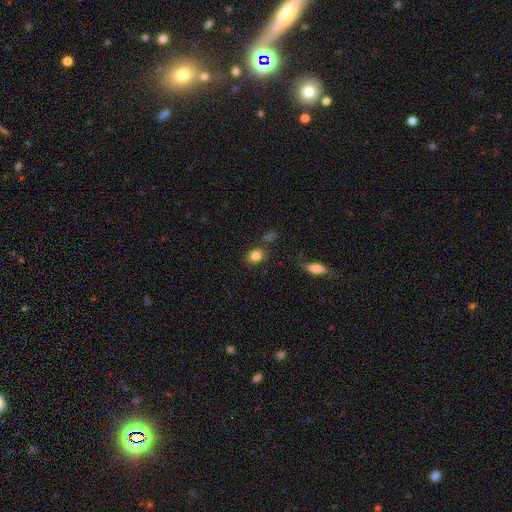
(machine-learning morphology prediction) This appears to be a smooth galaxy with no disk features (83%) that is round (50%). Merging: none (80%).